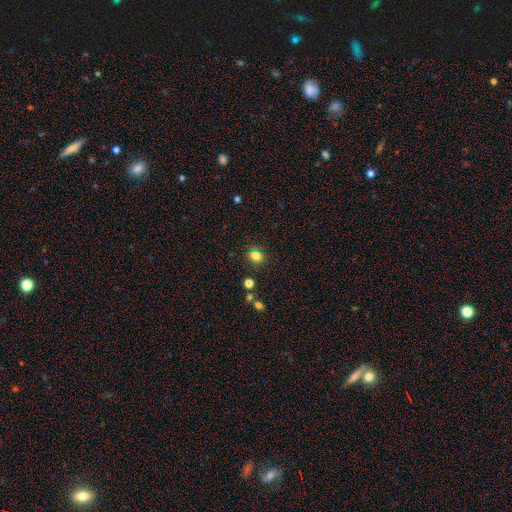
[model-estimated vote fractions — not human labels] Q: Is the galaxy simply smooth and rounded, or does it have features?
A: smooth — 77%.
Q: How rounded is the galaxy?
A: round — 76%.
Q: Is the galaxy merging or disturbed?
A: none — 84%.